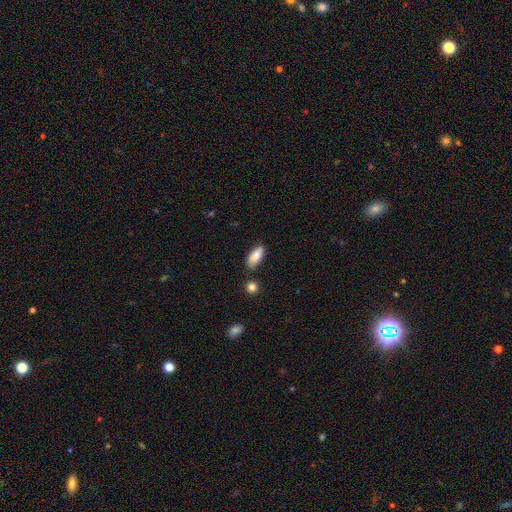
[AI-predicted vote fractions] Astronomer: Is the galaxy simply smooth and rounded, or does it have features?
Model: smooth — 86%.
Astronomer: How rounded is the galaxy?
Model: in between — 81%.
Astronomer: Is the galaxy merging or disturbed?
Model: none — 76%.